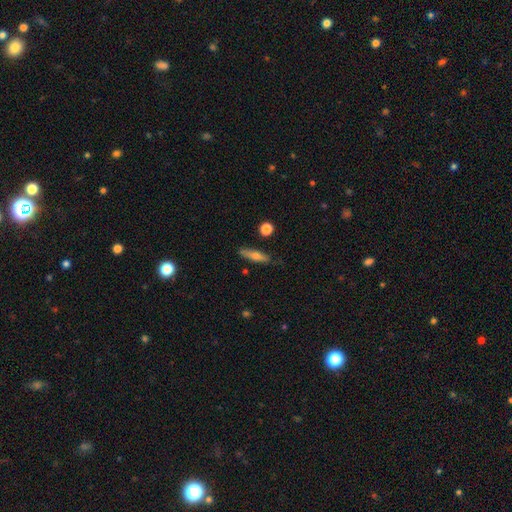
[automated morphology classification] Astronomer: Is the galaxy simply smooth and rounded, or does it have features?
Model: smooth — 51% (runner-up: featured or disk, 41%).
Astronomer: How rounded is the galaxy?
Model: cigar-shaped — 79%.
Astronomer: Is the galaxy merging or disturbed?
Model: none — 83%.